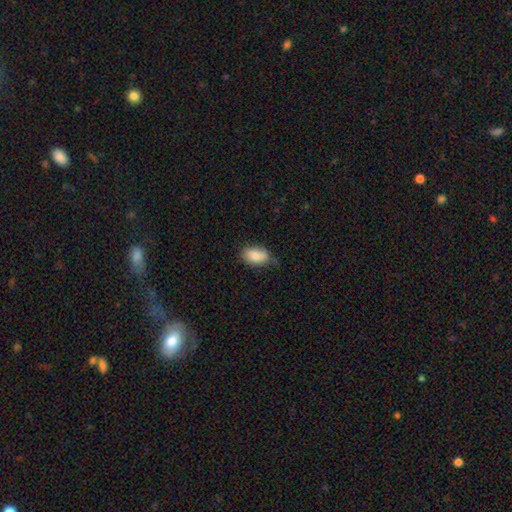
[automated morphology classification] Smooth or featured?
  - smooth: 83% *
  - featured or disk: 10%
  - star or artifact: 7%
How rounded?
  - in between: 92% *
  - round: 6%
  - cigar-shaped: 2%
Merging?
  - none: 63% *
  - minor disturbance: 30%
  - major disturbance: 5%
  - merger: 2%